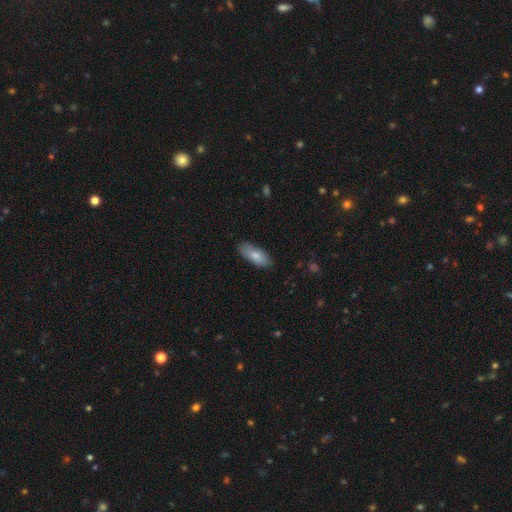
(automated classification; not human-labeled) The model was most divided on "how rounded": in between: 80%, cigar-shaped: 18%, round: 2%. More confident: merging — none (82%); smooth or featured — smooth (78%).